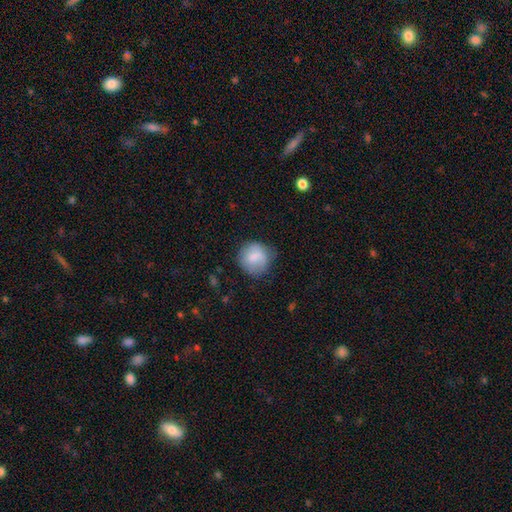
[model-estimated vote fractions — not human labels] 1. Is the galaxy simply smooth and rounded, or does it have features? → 78% smooth, 15% featured or disk, 7% star or artifact.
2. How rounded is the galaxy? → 87% round, 12% in between, 1% cigar-shaped.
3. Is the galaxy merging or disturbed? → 67% none, 24% minor disturbance, 8% major disturbance, 2% merger.